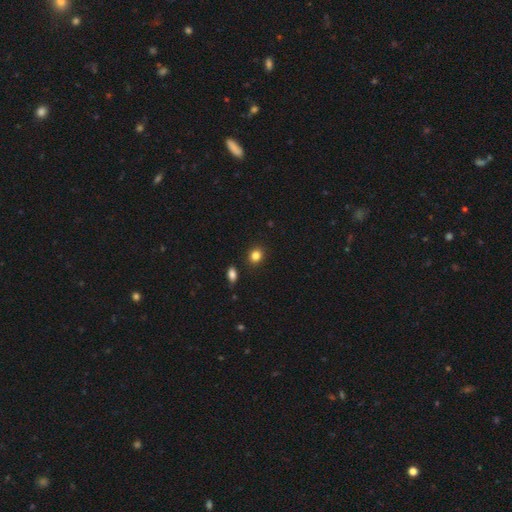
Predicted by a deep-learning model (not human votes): smooth 84%, star or artifact 11%, featured or disk 5%. Down the decision tree: how rounded — round (66%); merging — none (88%).